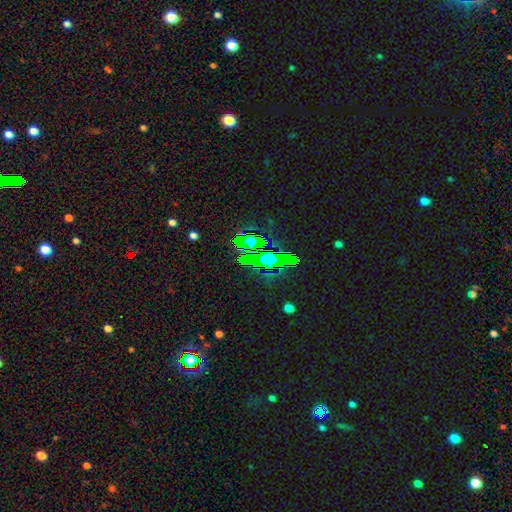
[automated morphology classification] This appears to be a star or artifact, not a galaxy (77%).